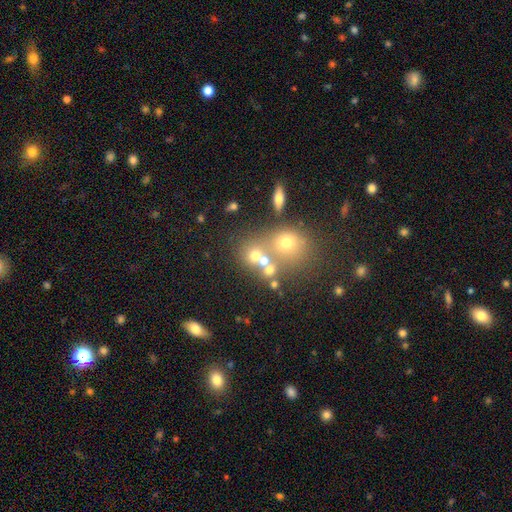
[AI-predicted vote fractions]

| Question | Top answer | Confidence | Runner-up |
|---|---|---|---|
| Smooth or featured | smooth | 62% | star or artifact (19%) |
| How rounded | round | 75% | in between (24%) |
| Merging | none | 45% | merger (40%) |